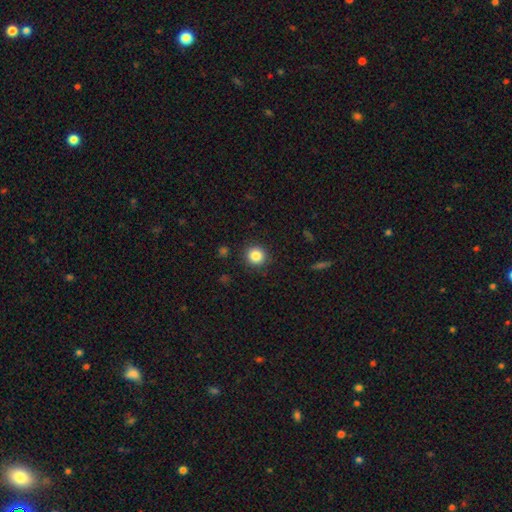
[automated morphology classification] Smooth or featured? Predicted: smooth (p=0.85). How rounded? Predicted: round (p=0.92). Merging? Predicted: none (p=0.90).